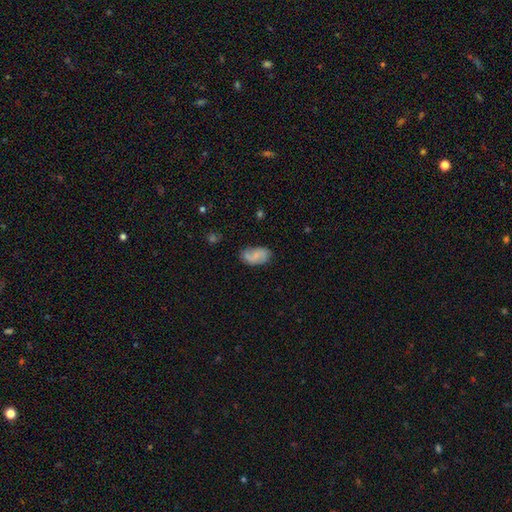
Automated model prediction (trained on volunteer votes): Q: Smooth or featured?
A: featured or disk (52%); runner-up: smooth (41%)
Q: Edge-on disk?
A: no (97%); runner-up: yes (3%)
Q: Merging?
A: none (71%); runner-up: minor disturbance (20%)